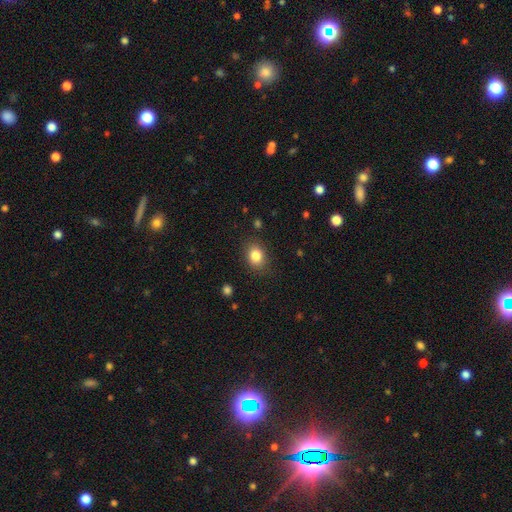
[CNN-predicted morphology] Overall: smooth (84%). How rounded: in between (54%; round 45%). Merging: none (84%).